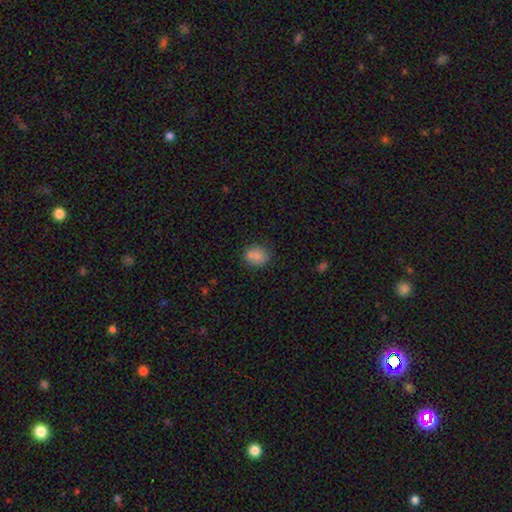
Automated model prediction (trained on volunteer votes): This is likely a smooth galaxy (79%). How rounded: likely round (68%). Merging: likely none (61%).